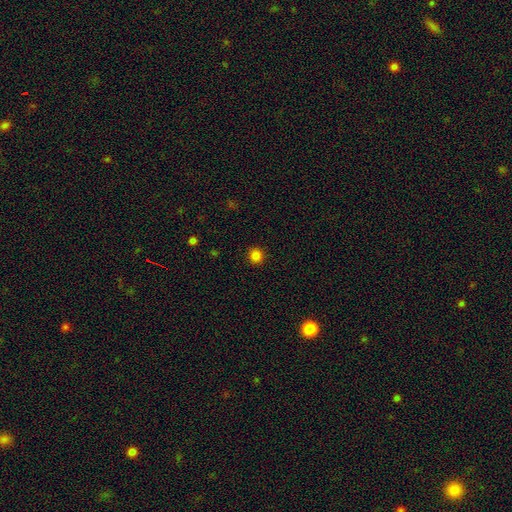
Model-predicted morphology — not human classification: Smooth or featured? Predicted: smooth (p=0.84). How rounded? Predicted: round (p=0.90). Merging? Predicted: none (p=0.92).